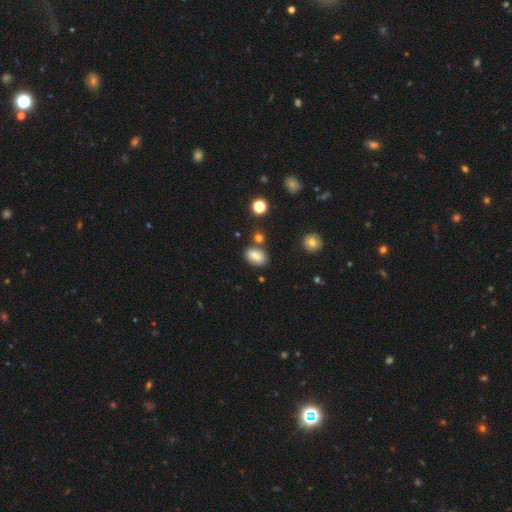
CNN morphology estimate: type=smooth (80%); roundness=in between (86%); merging=none (76%).